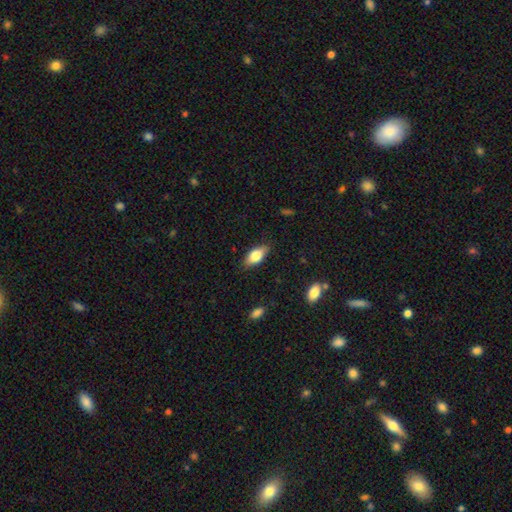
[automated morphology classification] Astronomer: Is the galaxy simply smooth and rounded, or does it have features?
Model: smooth — 73%.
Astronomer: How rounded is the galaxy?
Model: in between — 84%.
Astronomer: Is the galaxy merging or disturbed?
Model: none — 82%.